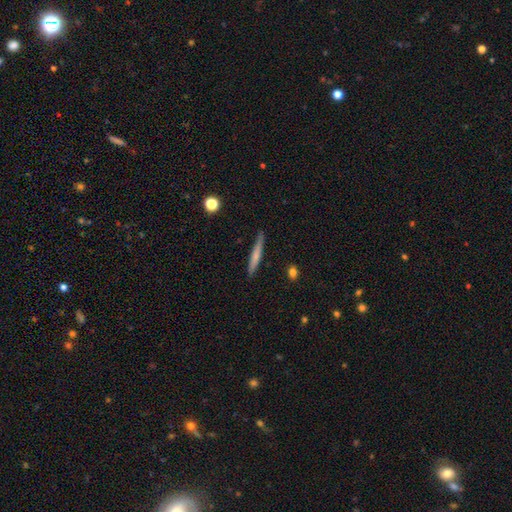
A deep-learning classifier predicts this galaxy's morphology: This appears to be a smooth galaxy with no disk features (62%) that is cigar-shaped (95%). Merging: none (87%).